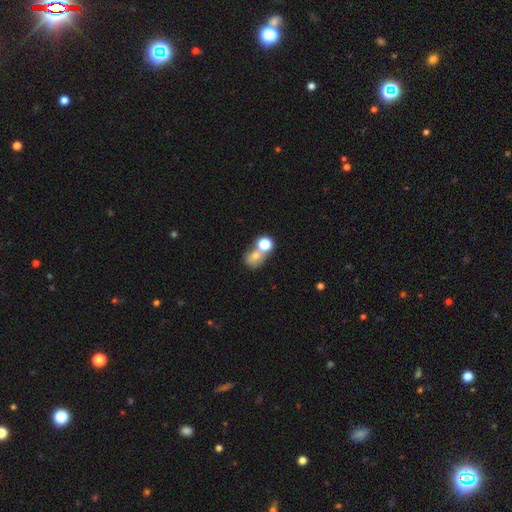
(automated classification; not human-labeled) Smooth or featured: smooth — 68% (star or artifact — 16%)
How rounded: round — 56% (in between — 43%)
Merging: merger — 50% (none — 34%)